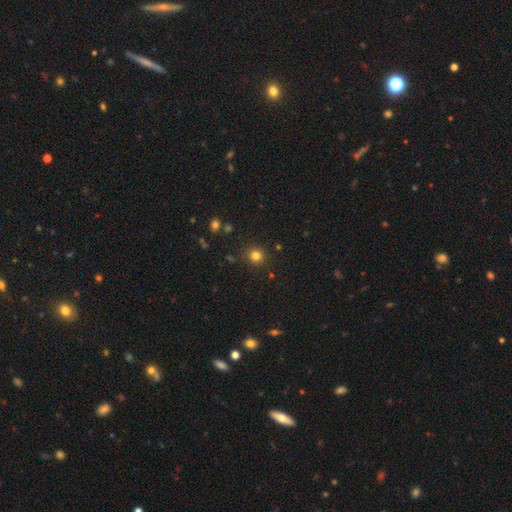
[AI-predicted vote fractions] A smooth galaxy with no disk features (80%) that is round (92%).

Vote fractions:
- Smooth or featured? smooth: 80% / star or artifact: 15% / featured or disk: 5%
- How rounded? round: 92% / in between: 8% / cigar-shaped: 1%
- Merging? none: 89% / minor disturbance: 7% / major disturbance: 2% / merger: 2%